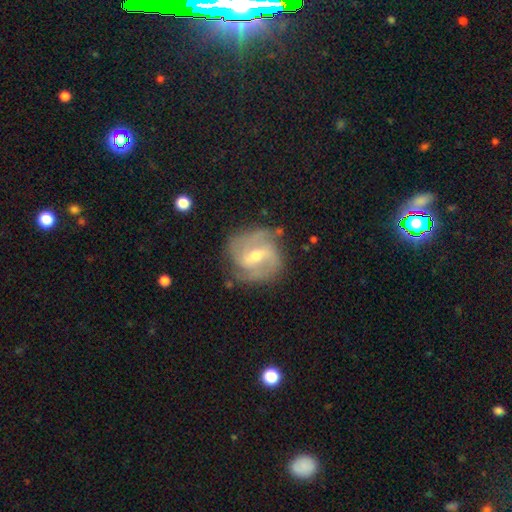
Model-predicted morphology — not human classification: A featured or disk galaxy (85%) with a weak bar (47%), 2 (71%) medium (49%) spiral arms (94%) and a moderate central bulge (58%).

Vote fractions:
- Smooth or featured? featured or disk: 85% / smooth: 10% / star or artifact: 6%
- Edge-on disk? no: 97% / yes: 3%
- Bar? weak: 47% / strong: 37% / no: 15%
- Spiral arms? yes: 94% / no: 6%
- Spiral winding? medium: 49% / tight: 35% / loose: 16%
- Spiral arm count? 2: 71% / 3: 12% / can't tell: 10% / 1: 3% / 4: 2% / more than 4: 2%
- Bulge size? moderate: 58% / small: 38% / large: 2% / none: 1% / dominant: 1%
- Merging? none: 74% / minor disturbance: 18% / major disturbance: 6% / merger: 2%